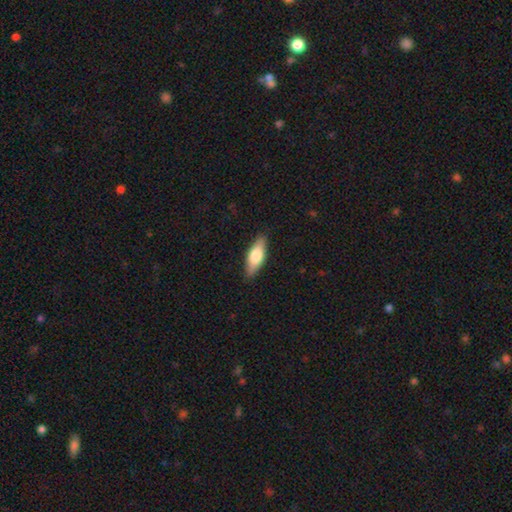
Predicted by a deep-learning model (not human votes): The model was most divided on "how rounded": in between: 66%, cigar-shaped: 32%, round: 2%. More confident: merging — none (87%); smooth or featured — smooth (69%).